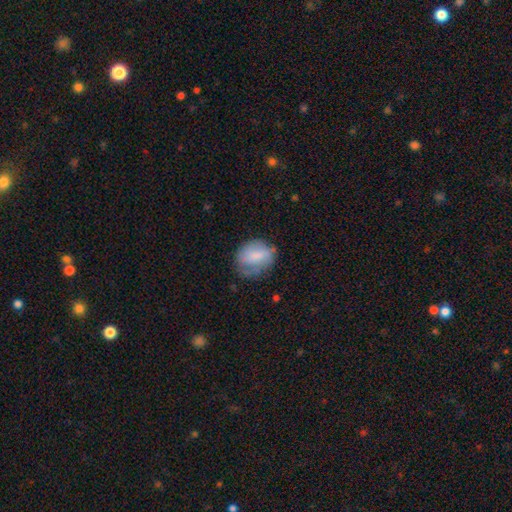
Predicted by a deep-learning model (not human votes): Smooth or featured?
  - smooth: 65% *
  - featured or disk: 27%
  - star or artifact: 8%
How rounded?
  - round: 50% *
  - in between: 49%
  - cigar-shaped: 1%
Merging?
  - none: 52% *
  - minor disturbance: 31%
  - major disturbance: 16%
  - merger: 2%